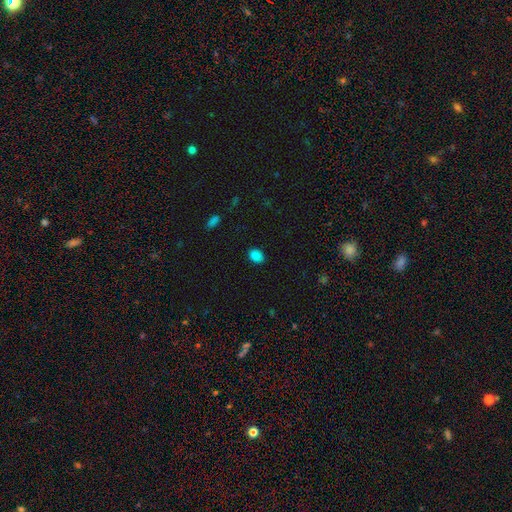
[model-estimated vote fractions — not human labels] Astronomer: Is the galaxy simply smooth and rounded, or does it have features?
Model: smooth — 85%.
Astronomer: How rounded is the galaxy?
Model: in between — 73%.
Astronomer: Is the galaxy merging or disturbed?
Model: none — 87%.